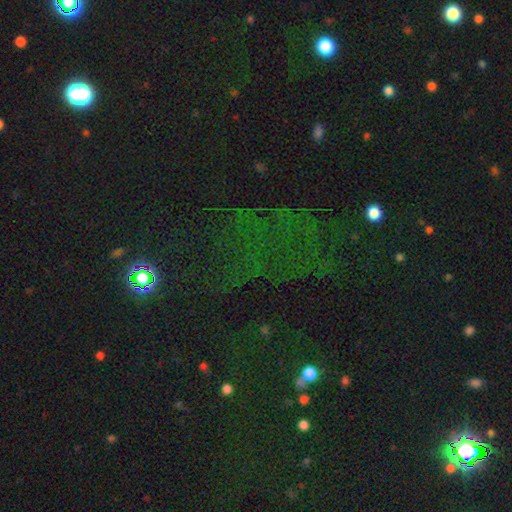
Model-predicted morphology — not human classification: Q: Smooth or featured?
A: star or artifact (68%); runner-up: smooth (19%)